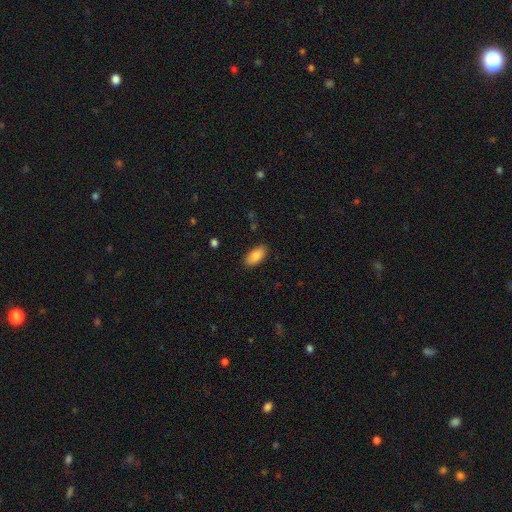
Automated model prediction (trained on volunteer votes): smooth_or_featured: smooth (p=0.87) [alt: star or artifact p=0.07]
how_rounded: in between (p=0.92) [alt: cigar-shaped p=0.06]
merging: none (p=0.87) [alt: minor disturbance p=0.09]